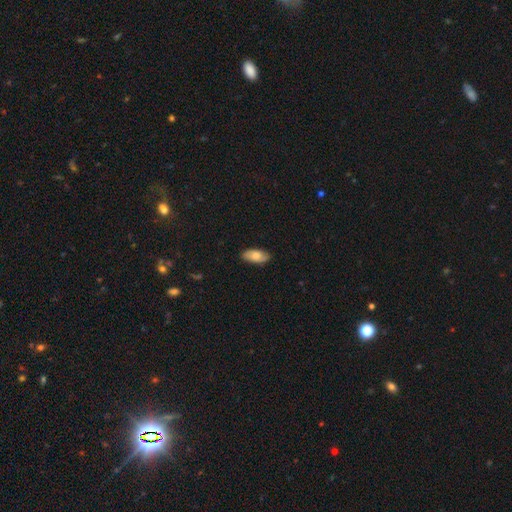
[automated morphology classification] Q: Smooth or featured?
A: smooth (72%); runner-up: featured or disk (21%)
Q: How rounded?
A: in between (90%); runner-up: cigar-shaped (8%)
Q: Merging?
A: none (85%); runner-up: minor disturbance (12%)